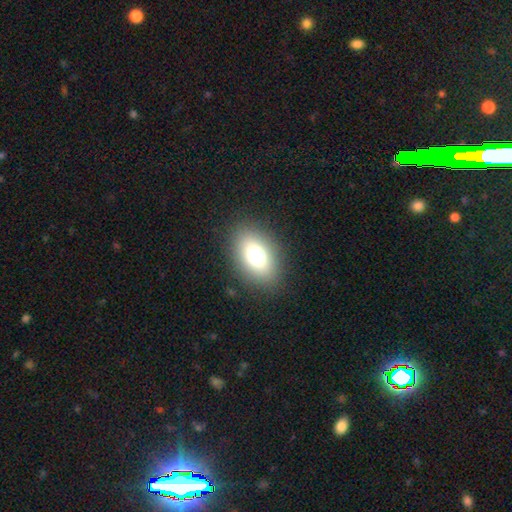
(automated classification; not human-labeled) Smooth or featured: smooth — 71% (featured or disk — 15%)
How rounded: in between — 76% (round — 22%)
Merging: none — 87% (minor disturbance — 8%)